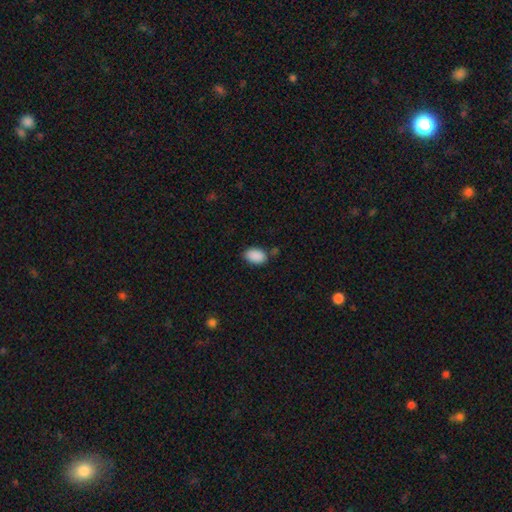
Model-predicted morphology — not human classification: Smooth or featured: smooth — 89% (star or artifact — 8%)
How rounded: in between — 90% (round — 9%)
Merging: none — 75% (minor disturbance — 16%)